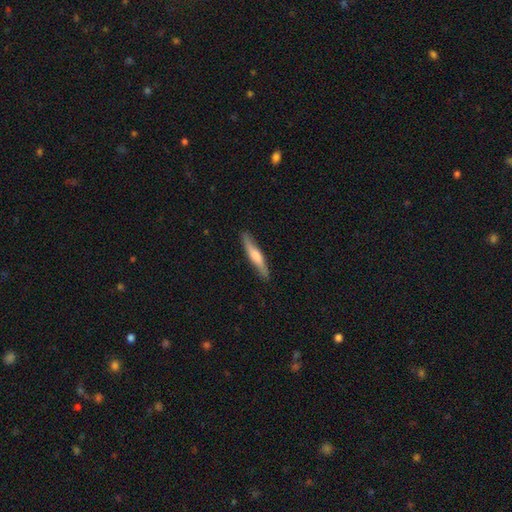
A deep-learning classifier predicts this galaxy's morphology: Overall: smooth (59%; featured or disk 36%). How rounded: cigar-shaped (90%). Merging: none (86%).